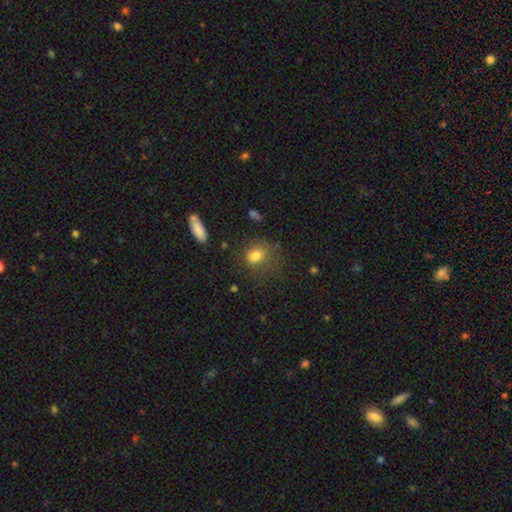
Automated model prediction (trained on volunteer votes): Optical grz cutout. It shows a smooth galaxy with no disk features (78%) that is in between round and cigar-shaped (54%). Merging: none (58%).